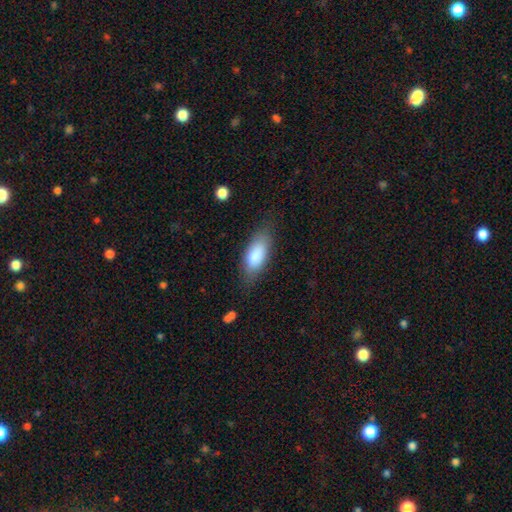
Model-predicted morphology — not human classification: The model was most divided on "merging": none: 75%, minor disturbance: 18%, major disturbance: 6%, merger: 2%. More confident: smooth or featured — smooth (84%); how rounded — in between (80%).